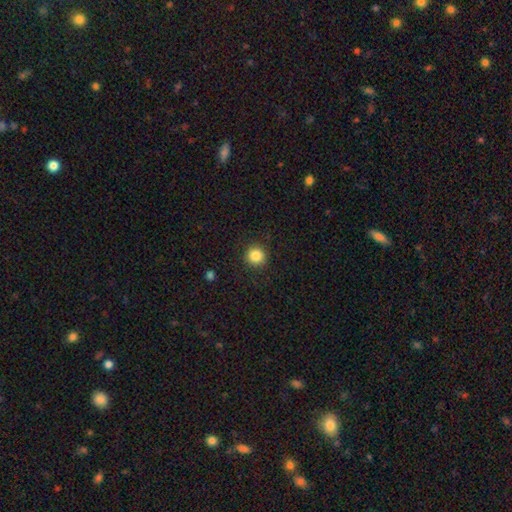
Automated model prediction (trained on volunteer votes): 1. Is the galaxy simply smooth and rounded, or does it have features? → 85% smooth, 11% star or artifact, 4% featured or disk.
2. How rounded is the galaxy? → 94% round, 5% in between, 1% cigar-shaped.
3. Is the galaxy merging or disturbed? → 91% none, 6% minor disturbance, 2% major disturbance, 1% merger.